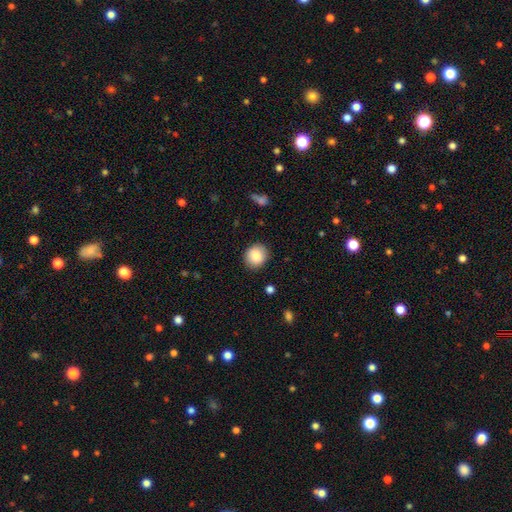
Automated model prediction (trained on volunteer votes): A smooth galaxy with no disk features (84%) that is round (84%).

Vote fractions:
- Smooth or featured? smooth: 84% / star or artifact: 8% / featured or disk: 8%
- How rounded? round: 84% / in between: 15% / cigar-shaped: 1%
- Merging? none: 90% / minor disturbance: 7% / major disturbance: 2% / merger: 1%